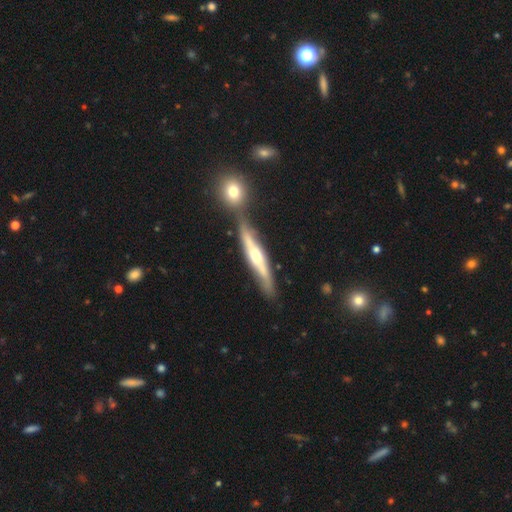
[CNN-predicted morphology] Q: Smooth or featured?
A: featured or disk (71%); runner-up: smooth (23%)
Q: Edge-on disk?
A: yes (86%); runner-up: no (14%)
Q: Edge-on bulge?
A: rounded (82%); runner-up: none (10%)
Q: Merging?
A: none (65%); runner-up: merger (16%)